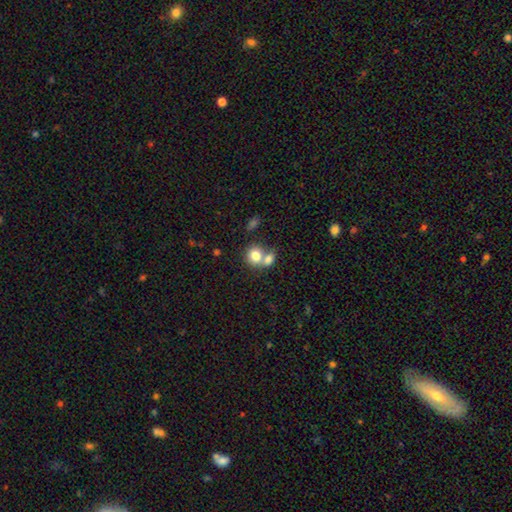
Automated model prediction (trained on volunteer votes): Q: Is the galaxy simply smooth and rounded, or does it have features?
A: smooth — 78%.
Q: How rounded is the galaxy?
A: round — 70%.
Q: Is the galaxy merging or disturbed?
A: merger — 58%.